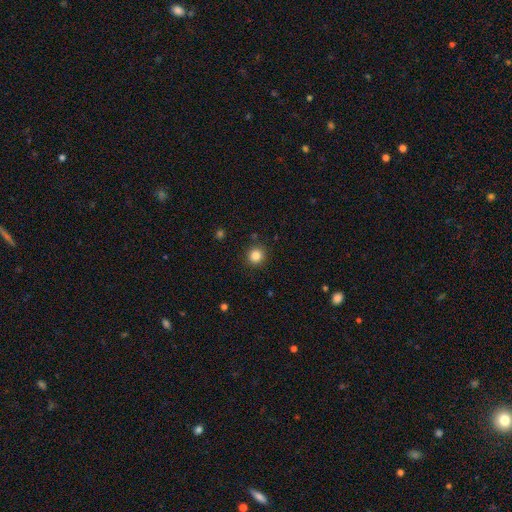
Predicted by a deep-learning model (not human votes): smooth-or-featured: smooth: 85% | star or artifact: 11% | featured or disk: 4%
  how-rounded: round: 93% | in between: 6% | cigar-shaped: 1%
  merging: none: 90% | minor disturbance: 6% | major disturbance: 2% | merger: 2%